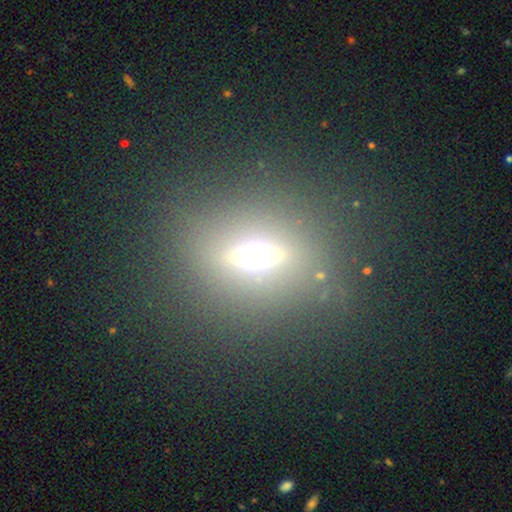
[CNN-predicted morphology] Overall: featured or disk (44%; smooth 34%). Merging: none (83%).